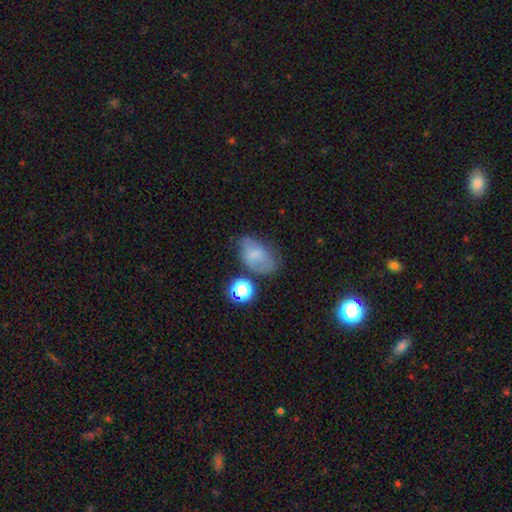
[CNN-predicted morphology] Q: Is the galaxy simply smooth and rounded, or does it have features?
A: smooth — 64%.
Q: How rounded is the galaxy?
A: in between — 86%.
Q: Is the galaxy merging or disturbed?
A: none — 48%.